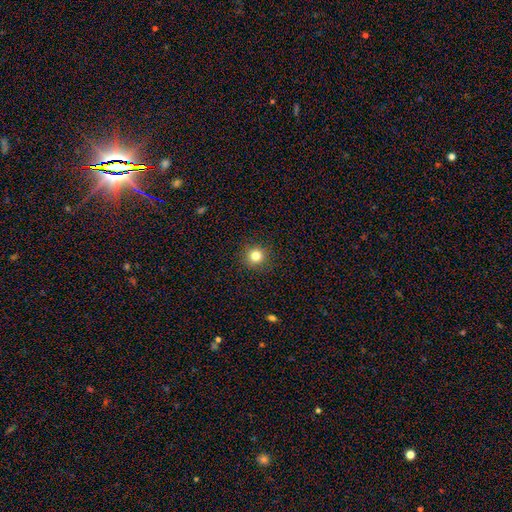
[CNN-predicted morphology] Q: Smooth or featured?
A: smooth (82%); runner-up: star or artifact (13%)
Q: How rounded?
A: round (93%); runner-up: in between (6%)
Q: Merging?
A: none (91%); runner-up: minor disturbance (6%)